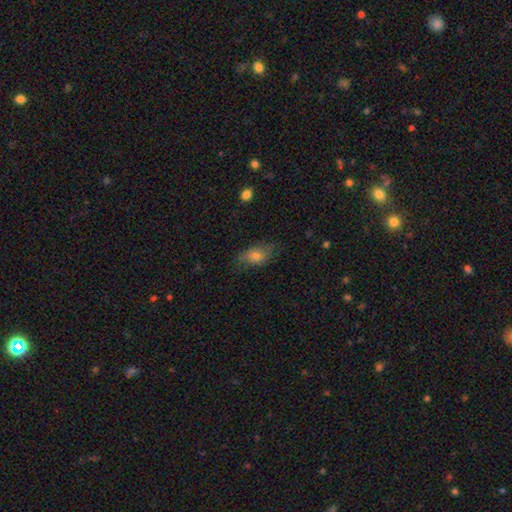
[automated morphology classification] Smooth or featured?
  - smooth: 68% *
  - featured or disk: 21%
  - star or artifact: 11%
How rounded?
  - in between: 81% *
  - round: 11%
  - cigar-shaped: 7%
Merging?
  - none: 68% *
  - minor disturbance: 22%
  - major disturbance: 8%
  - merger: 1%